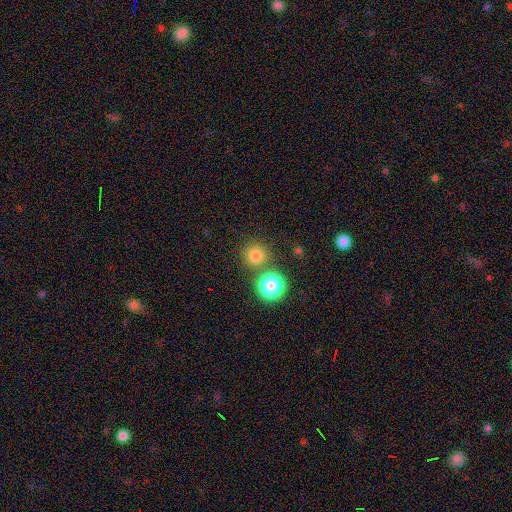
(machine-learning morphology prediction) A smooth galaxy with no disk features (74%) that is round (94%). Merging: none (78%).